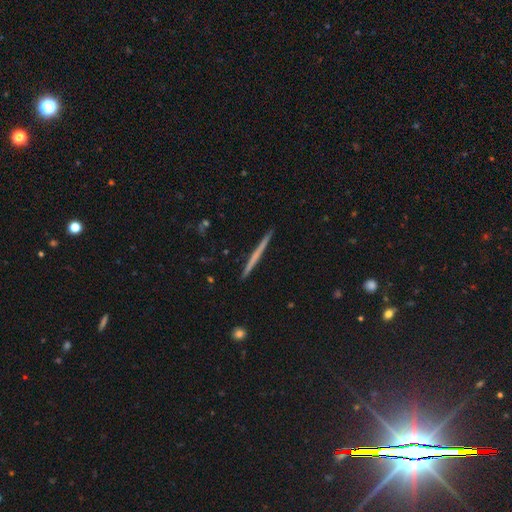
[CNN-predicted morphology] smooth_or_featured: featured or disk (p=0.53) [alt: smooth p=0.42]
disk_edge_on: yes (p=0.98) [alt: no p=0.02]
edge_on_bulge: none (p=0.90) [alt: rounded p=0.07]
merging: none (p=0.92) [alt: minor disturbance p=0.05]